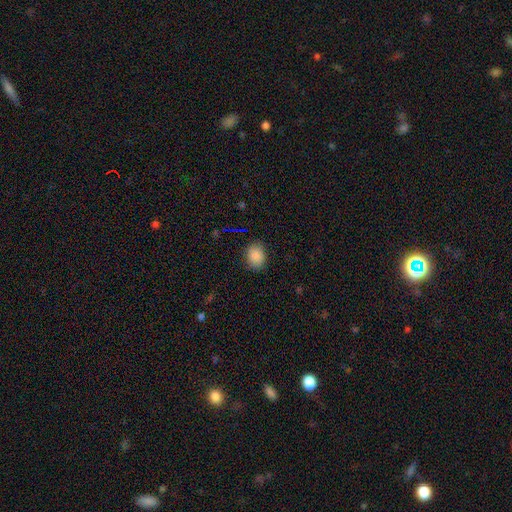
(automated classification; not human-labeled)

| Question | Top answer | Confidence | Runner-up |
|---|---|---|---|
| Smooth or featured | smooth | 87% | star or artifact (9%) |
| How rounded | in between | 57% | round (43%) |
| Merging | none | 86% | minor disturbance (11%) |